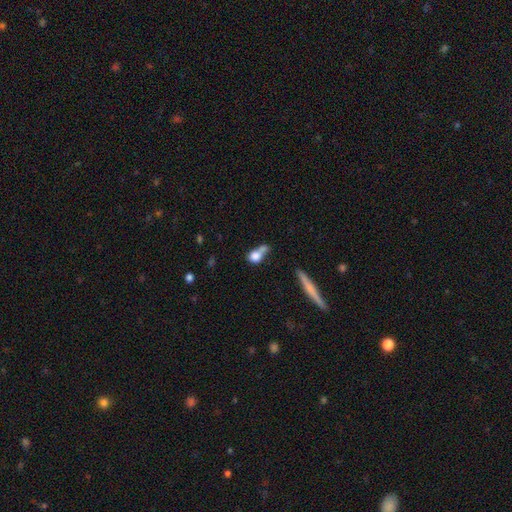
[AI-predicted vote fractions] smooth_or_featured: smooth (p=0.75) [alt: featured or disk p=0.15]
how_rounded: in between (p=0.47) [alt: round p=0.45]
merging: merger (p=0.47) [alt: none p=0.29]